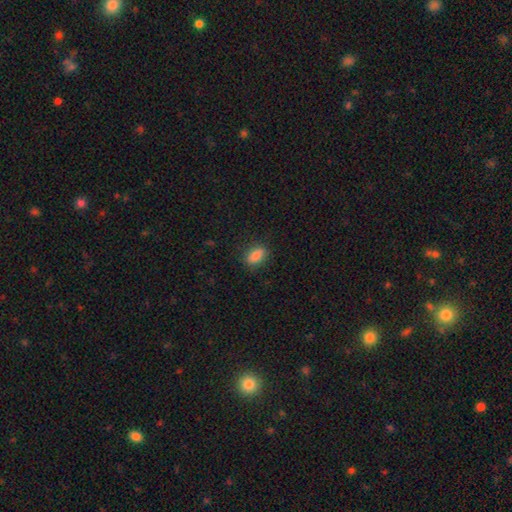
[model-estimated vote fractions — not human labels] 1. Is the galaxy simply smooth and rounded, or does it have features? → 82% smooth, 9% featured or disk, 9% star or artifact.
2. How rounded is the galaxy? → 83% in between, 11% round, 6% cigar-shaped.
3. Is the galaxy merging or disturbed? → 83% none, 13% minor disturbance, 3% major disturbance, 1% merger.